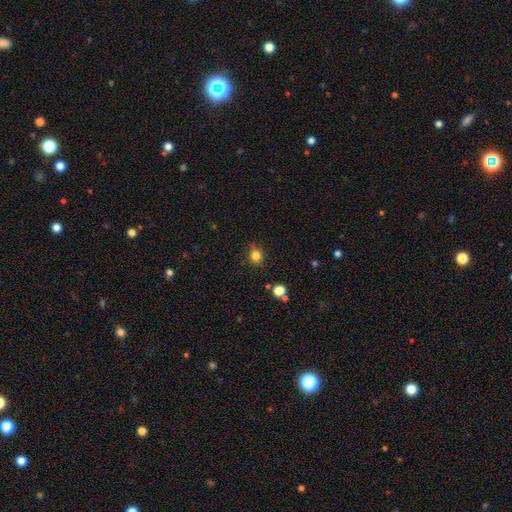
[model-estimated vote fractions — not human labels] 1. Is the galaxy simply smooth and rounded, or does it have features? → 82% smooth, 12% star or artifact, 6% featured or disk.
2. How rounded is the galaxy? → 77% round, 22% in between, 1% cigar-shaped.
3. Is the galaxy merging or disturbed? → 80% none, 15% minor disturbance, 3% major disturbance, 2% merger.